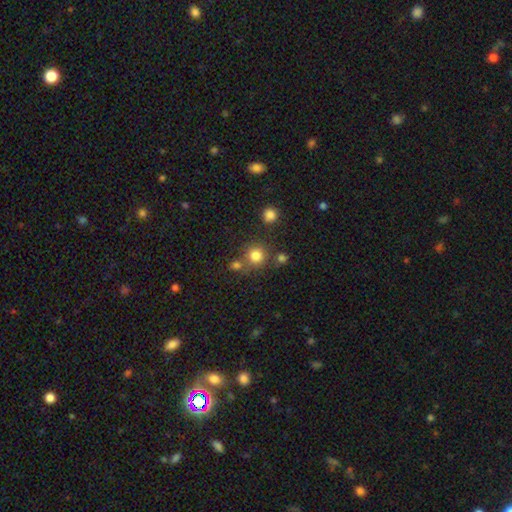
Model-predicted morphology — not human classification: Smooth or featured? Predicted: smooth (p=0.79). How rounded? Predicted: round (p=0.91). Merging? Predicted: none (p=0.71).